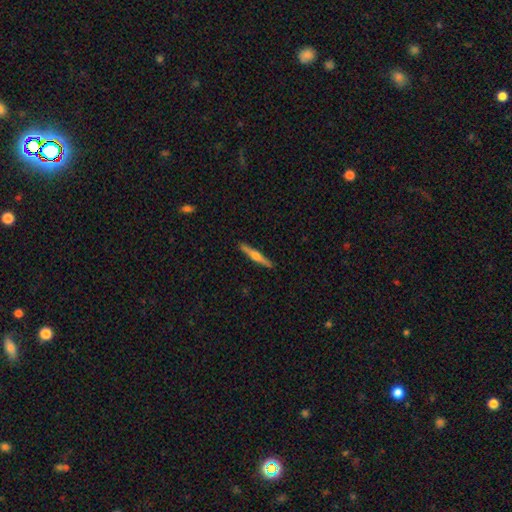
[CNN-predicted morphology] The model was most divided on "smooth or featured": featured or disk: 63%, smooth: 32%, star or artifact: 5%. More confident: edge-on disk — yes (98%); merging — none (91%); edge-on bulge — rounded (88%).